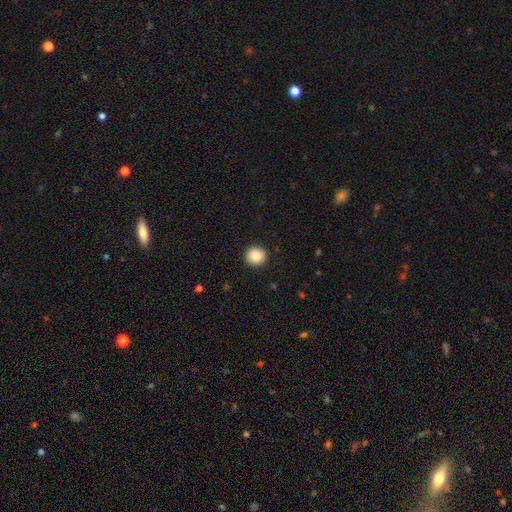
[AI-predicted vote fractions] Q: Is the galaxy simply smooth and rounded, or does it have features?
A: smooth — 88%.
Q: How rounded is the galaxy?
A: round — 93%.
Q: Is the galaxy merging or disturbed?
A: none — 91%.